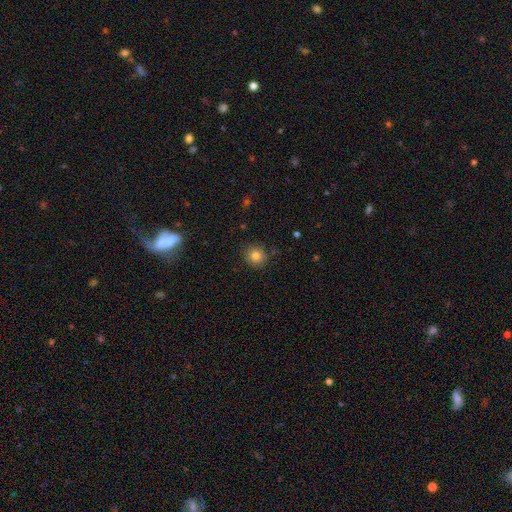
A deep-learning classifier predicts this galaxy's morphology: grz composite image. It shows a smooth galaxy with no disk features (82%) that is round (89%). Merging: none (86%).